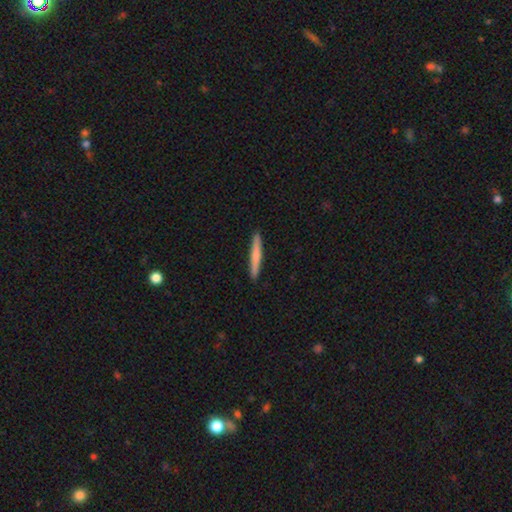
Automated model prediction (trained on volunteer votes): A smooth galaxy with no disk features (66%) that is cigar-shaped (96%).

Vote fractions:
- Smooth or featured? smooth: 66% / featured or disk: 29% / star or artifact: 5%
- How rounded? cigar-shaped: 96% / in between: 3% / round: 1%
- Merging? none: 92% / minor disturbance: 6% / major disturbance: 1% / merger: 1%